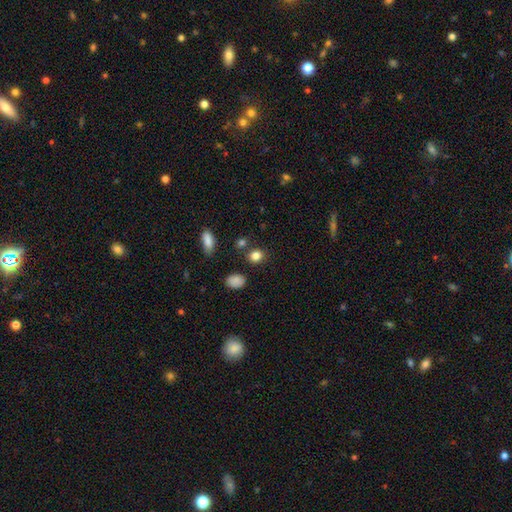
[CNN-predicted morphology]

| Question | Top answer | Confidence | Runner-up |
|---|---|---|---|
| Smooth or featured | smooth | 84% | star or artifact (11%) |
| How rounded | round | 61% | in between (38%) |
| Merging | none | 81% | minor disturbance (10%) |